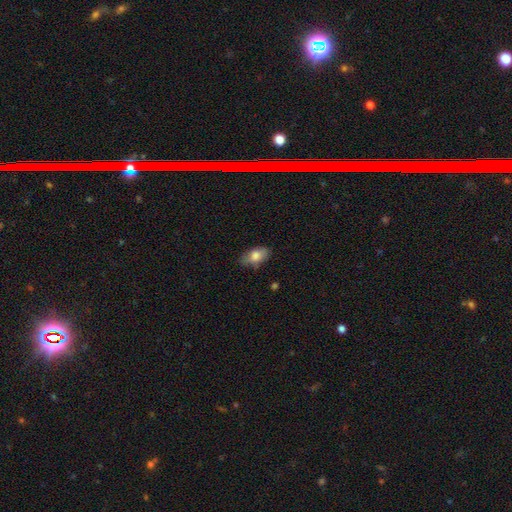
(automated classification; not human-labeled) smooth_or_featured: smooth (p=0.80) [alt: featured or disk p=0.13]
how_rounded: in between (p=0.91) [alt: round p=0.06]
merging: none (p=0.75) [alt: minor disturbance p=0.20]